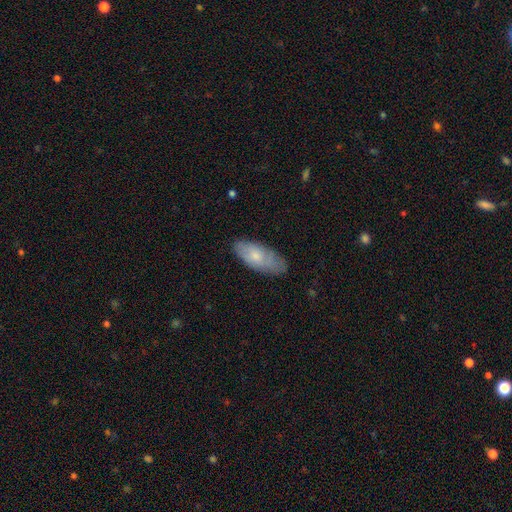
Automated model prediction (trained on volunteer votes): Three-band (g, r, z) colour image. It shows a smooth galaxy with no disk features (66%) that is in between round and cigar-shaped (83%). Merging: none (73%).